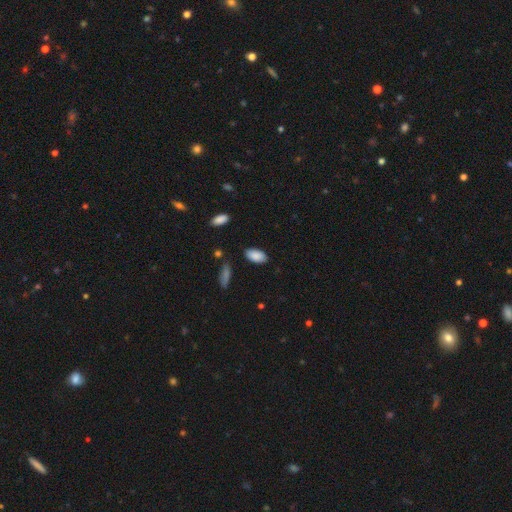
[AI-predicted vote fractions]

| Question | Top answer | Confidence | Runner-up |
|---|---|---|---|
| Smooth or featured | smooth | 88% | star or artifact (7%) |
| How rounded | in between | 94% | cigar-shaped (3%) |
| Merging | none | 85% | minor disturbance (11%) |